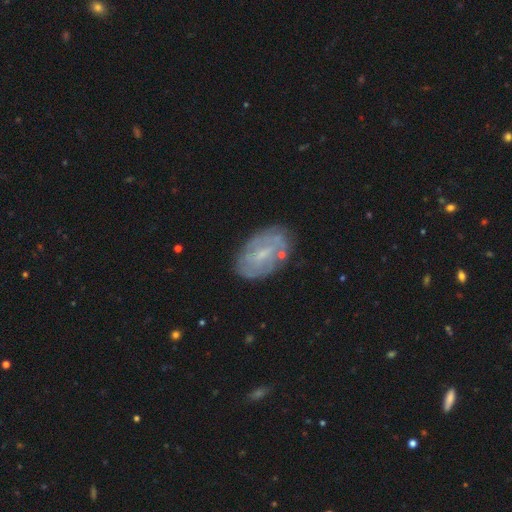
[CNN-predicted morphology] smooth-or-featured: featured or disk: 66% | smooth: 27% | star or artifact: 6%
  disk-edge-on: no: 96% | yes: 4%
    bar: weak: 56% | no: 28% | strong: 16%
    has-spiral-arms: yes: 64% | no: 36%
    bulge-size: small: 57% | moderate: 24% | none: 16% | large: 1% | dominant: 1%
  merging: none: 72% | minor disturbance: 19% | major disturbance: 6% | merger: 3%